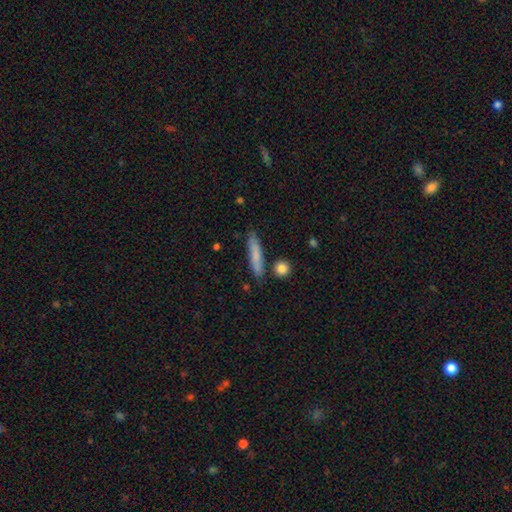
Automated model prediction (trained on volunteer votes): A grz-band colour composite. It shows a smooth galaxy with no disk features (74%) that is cigar-shaped (88%). Merging: none (82%).